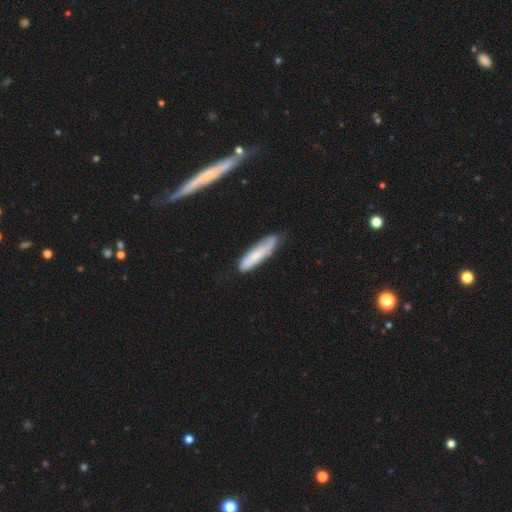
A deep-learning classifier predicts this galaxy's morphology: smooth-or-featured: smooth: 68% | featured or disk: 26% | star or artifact: 6%
  how-rounded: cigar-shaped: 74% | in between: 25% | round: 1%
  merging: none: 68% | minor disturbance: 24% | major disturbance: 5% | merger: 3%